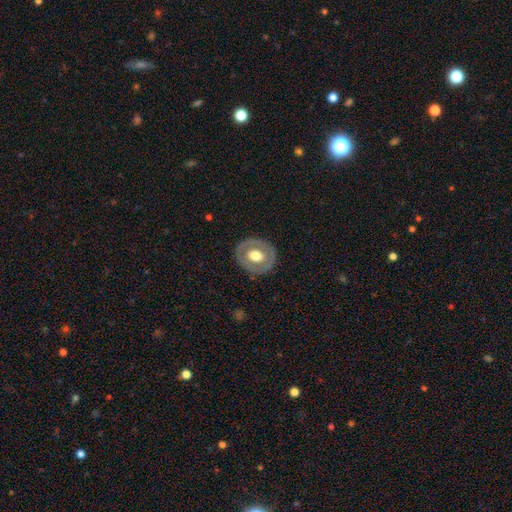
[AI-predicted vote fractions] featured or disk 52%, smooth 42%, star or artifact 5%. Down the decision tree: edge-on disk — no (94%); merging — none (83%).